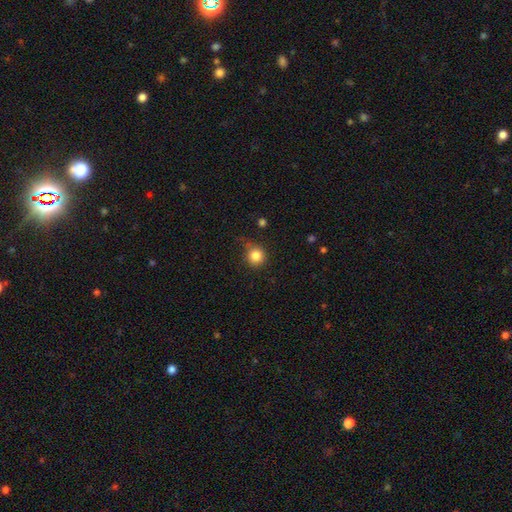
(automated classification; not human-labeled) Smooth or featured?
  - smooth: 83% *
  - star or artifact: 11%
  - featured or disk: 6%
How rounded?
  - round: 92% *
  - in between: 7%
  - cigar-shaped: 1%
Merging?
  - none: 68% *
  - minor disturbance: 22%
  - major disturbance: 7%
  - merger: 3%